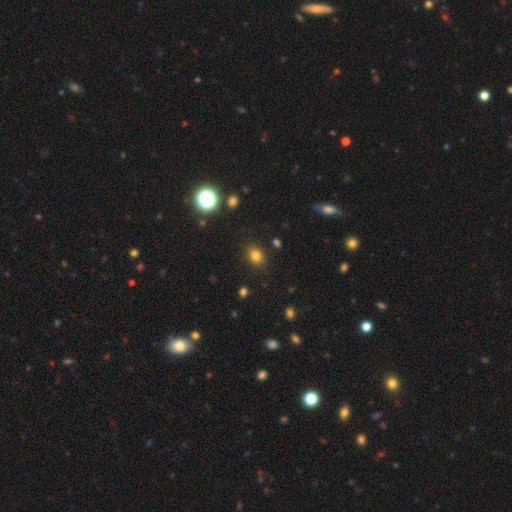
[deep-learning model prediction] Morphology: type=smooth (79%); roundness=round (50%); merging=none (86%).